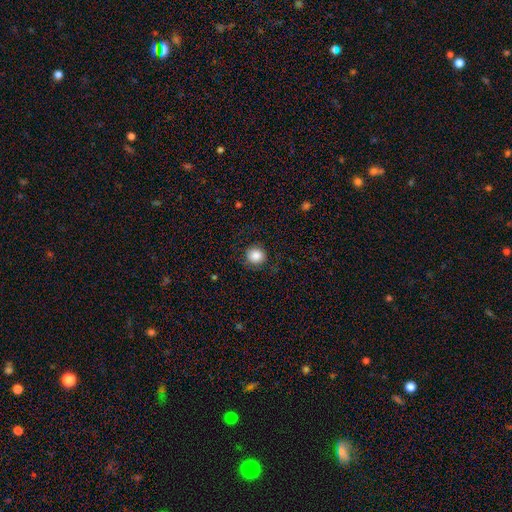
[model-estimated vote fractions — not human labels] smooth 87%, star or artifact 9%, featured or disk 5%. Down the decision tree: how rounded — round (90%); merging — none (86%).